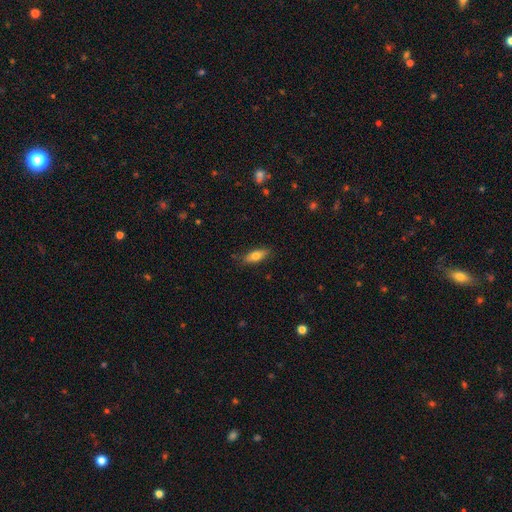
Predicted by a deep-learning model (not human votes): Morphology: type=smooth (71%); roundness=in between (59%); merging=none (84%).